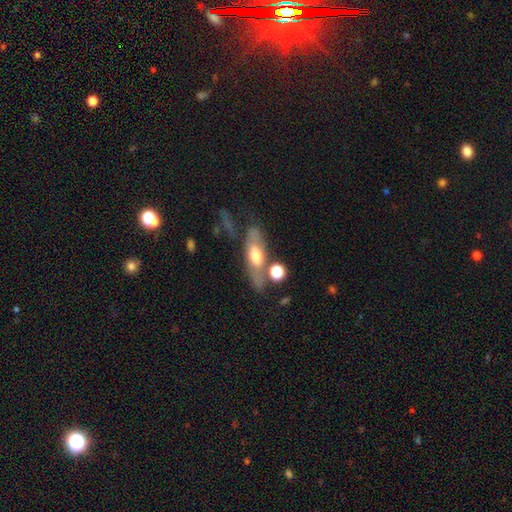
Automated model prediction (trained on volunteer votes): A featured or disk galaxy (50%). Merging: none (57%).